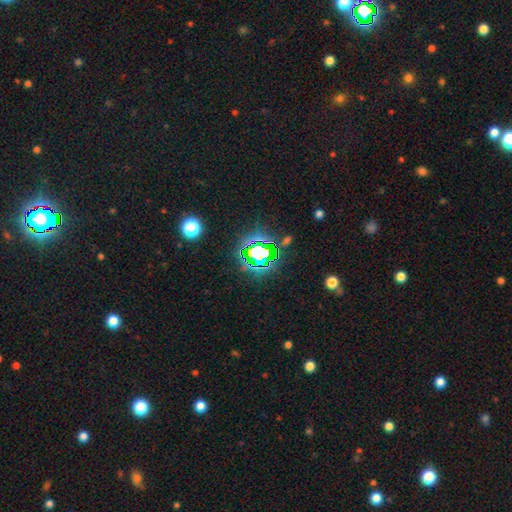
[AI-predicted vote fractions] smooth-or-featured: star or artifact: 68% | smooth: 20% | featured or disk: 12%